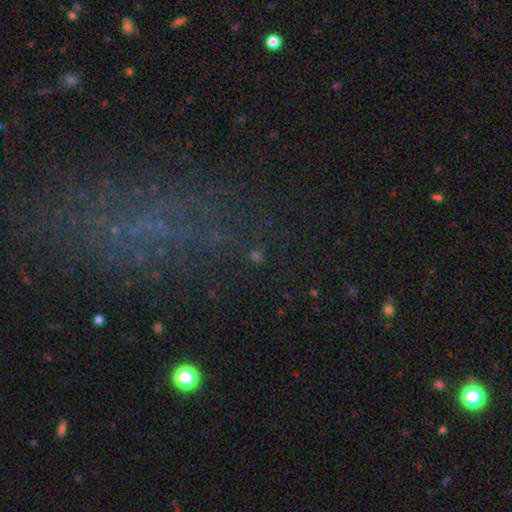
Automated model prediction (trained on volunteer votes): smooth_or_featured: star or artifact (p=0.55) [alt: smooth p=0.33]